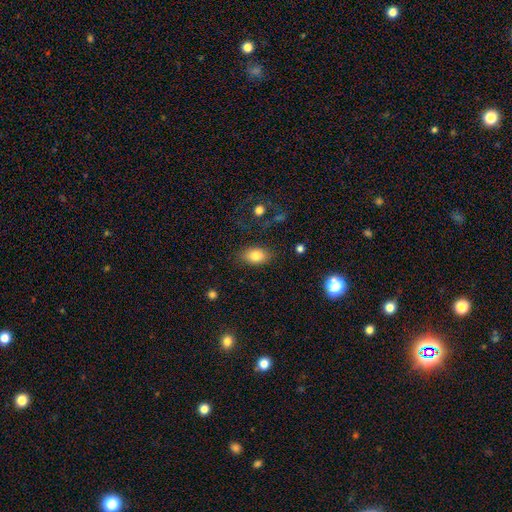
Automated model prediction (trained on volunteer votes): A smooth galaxy with no disk features (81%) that is in between round and cigar-shaped (88%). Merging: none (83%).